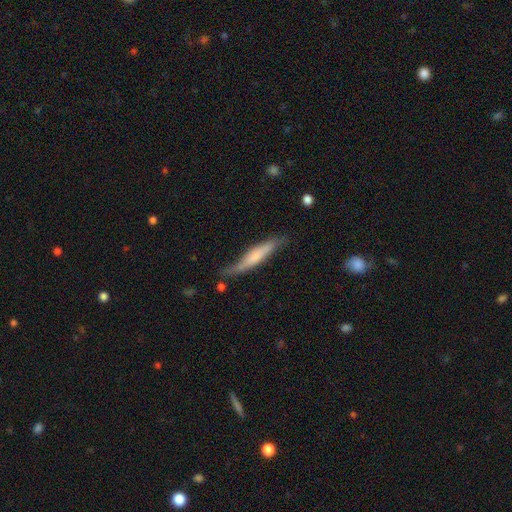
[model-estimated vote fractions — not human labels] Smooth or featured: smooth — 53% (featured or disk — 41%)
How rounded: cigar-shaped — 89% (in between — 10%)
Merging: none — 57% (minor disturbance — 30%)